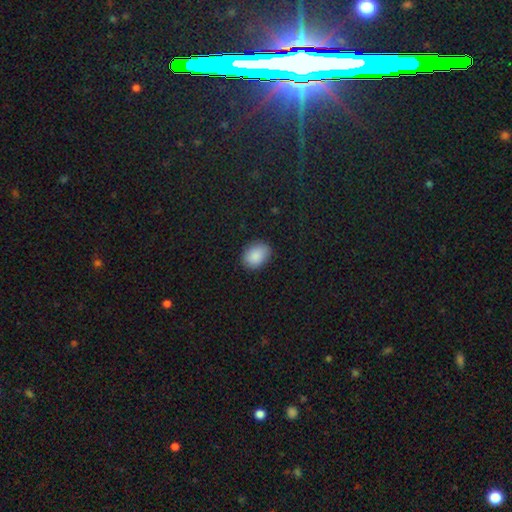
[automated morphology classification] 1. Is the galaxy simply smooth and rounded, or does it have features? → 89% smooth, 7% star or artifact, 4% featured or disk.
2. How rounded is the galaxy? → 73% in between, 26% round, 1% cigar-shaped.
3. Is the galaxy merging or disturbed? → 85% none, 12% minor disturbance, 3% major disturbance, 1% merger.